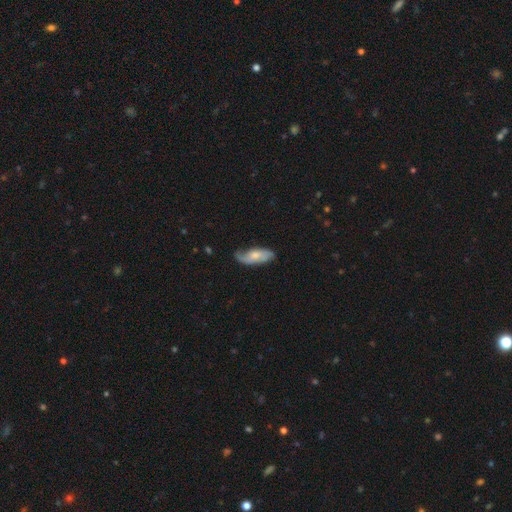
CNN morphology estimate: Smooth or featured? Predicted: featured or disk (p=0.52). Edge-on disk? Predicted: no (p=0.86). Merging? Predicted: none (p=0.64).